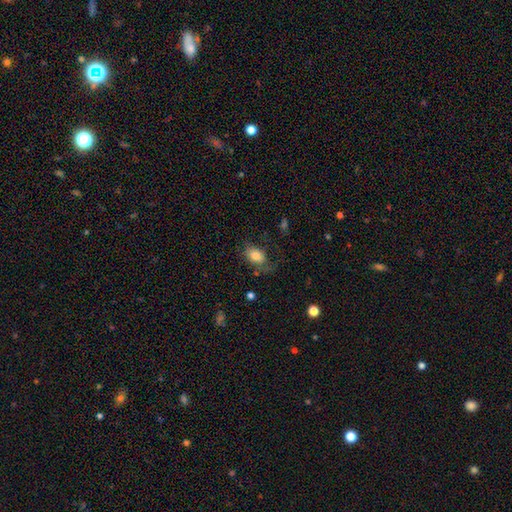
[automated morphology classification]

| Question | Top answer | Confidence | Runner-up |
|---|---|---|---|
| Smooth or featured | smooth | 77% | featured or disk (15%) |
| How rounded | in between | 85% | round (14%) |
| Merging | none | 52% | minor disturbance (24%) |